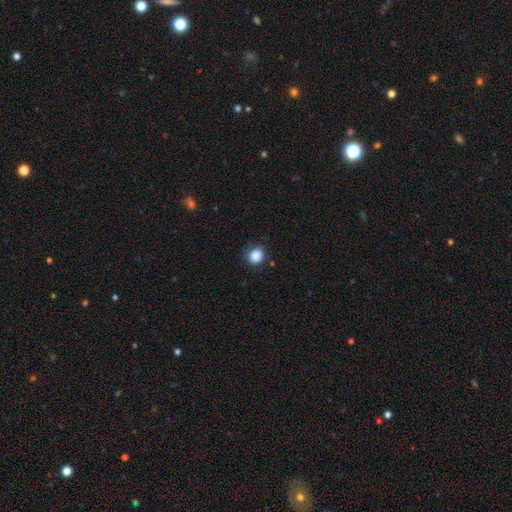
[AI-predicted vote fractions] This appears to be a smooth galaxy with no disk features (87%) that is round (77%). Merging: none (82%).